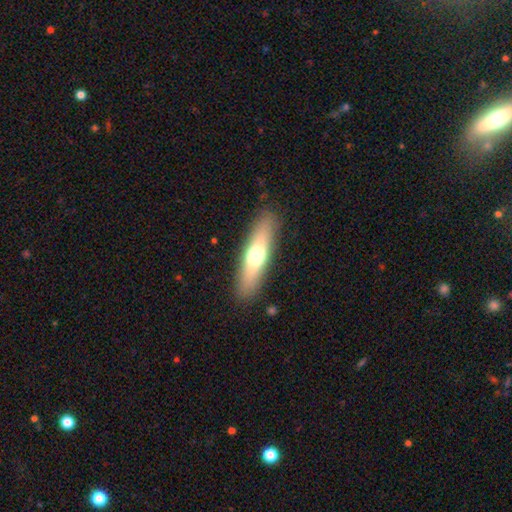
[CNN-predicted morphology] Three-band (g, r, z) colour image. It shows a smooth galaxy with no disk features (58%) that is cigar-shaped (65%). Merging: none (88%).